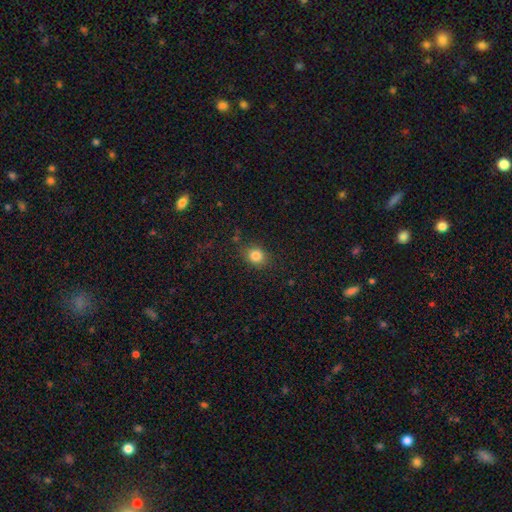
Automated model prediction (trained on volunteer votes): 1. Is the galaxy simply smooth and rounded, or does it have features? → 83% smooth, 11% star or artifact, 5% featured or disk.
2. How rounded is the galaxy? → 67% round, 32% in between, 1% cigar-shaped.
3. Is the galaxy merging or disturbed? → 83% none, 11% minor disturbance, 3% major disturbance, 2% merger.